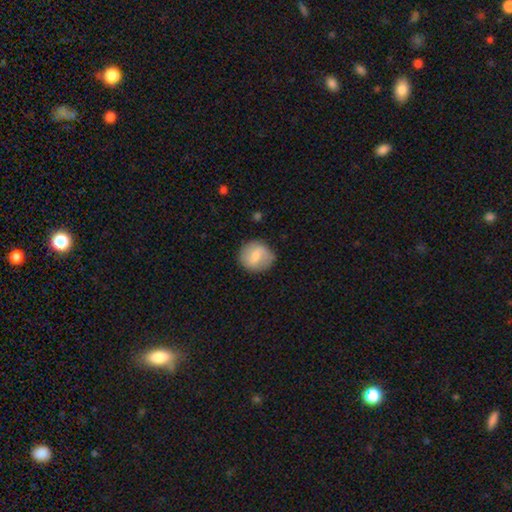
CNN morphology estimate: Smooth or featured?
  - smooth: 61% *
  - featured or disk: 33%
  - star or artifact: 7%
How rounded?
  - round: 88% *
  - in between: 11%
  - cigar-shaped: 1%
Merging?
  - none: 82% *
  - minor disturbance: 13%
  - major disturbance: 3%
  - merger: 1%